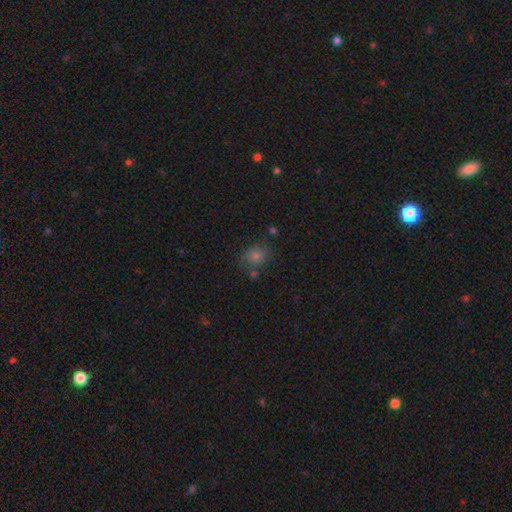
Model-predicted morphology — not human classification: Overall: smooth (68%). How rounded: round (62%; in between 37%). Merging: none (73%).